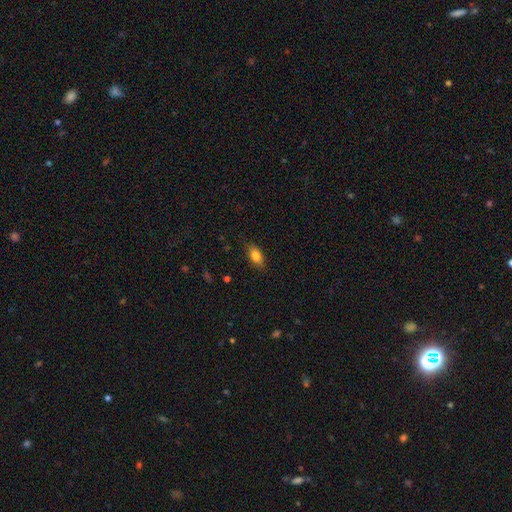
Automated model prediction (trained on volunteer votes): Smooth or featured: smooth — 82% (featured or disk — 10%)
How rounded: in between — 85% (round — 8%)
Merging: none — 83% (minor disturbance — 13%)